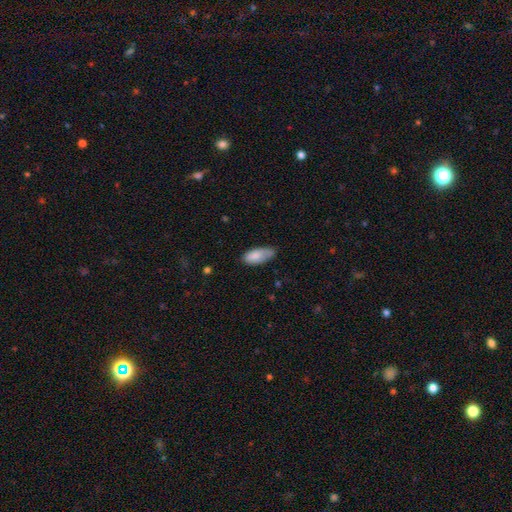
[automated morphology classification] This appears to be a smooth galaxy with no disk features (81%) that is in between round and cigar-shaped (87%). Merging: none (56%).